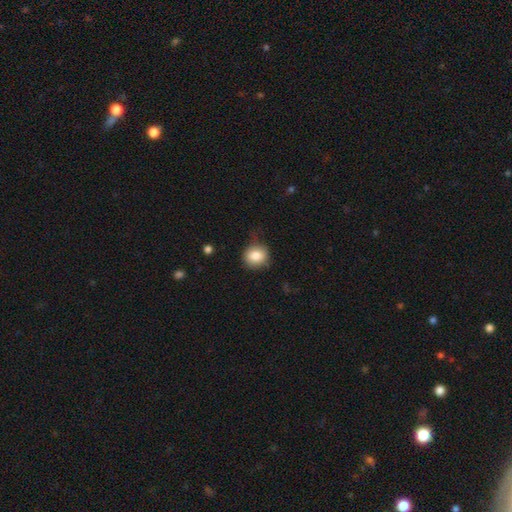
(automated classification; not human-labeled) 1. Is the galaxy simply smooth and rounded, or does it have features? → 83% smooth, 9% star or artifact, 8% featured or disk.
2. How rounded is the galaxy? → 80% round, 19% in between, 1% cigar-shaped.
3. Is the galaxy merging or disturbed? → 72% none, 21% minor disturbance, 6% major disturbance, 1% merger.